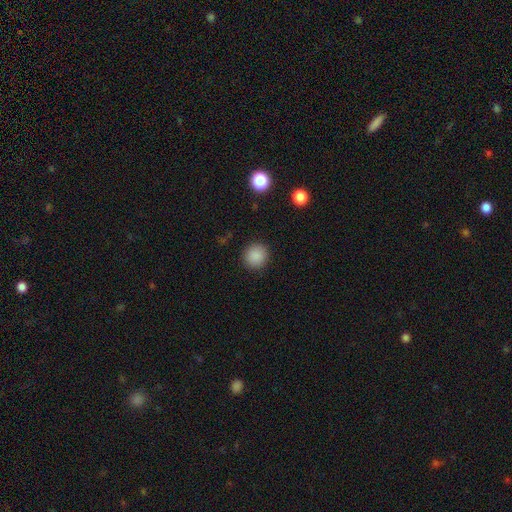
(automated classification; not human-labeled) Overall: smooth (87%). How rounded: round (92%). Merging: none (91%).